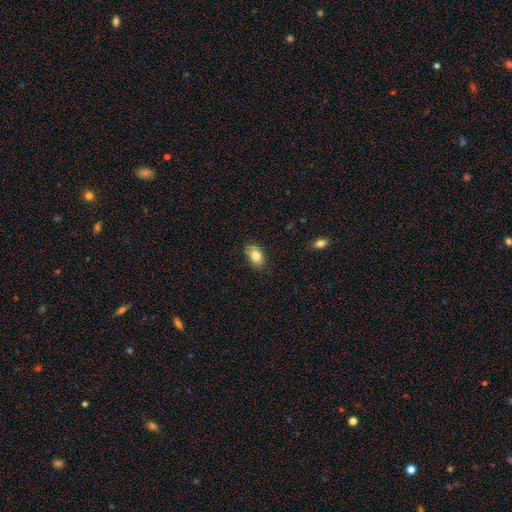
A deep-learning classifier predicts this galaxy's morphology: A smooth galaxy with no disk features (82%) that is in between round and cigar-shaped (87%).

Vote fractions:
- Smooth or featured? smooth: 82% / featured or disk: 10% / star or artifact: 8%
- How rounded? in between: 87% / round: 11% / cigar-shaped: 2%
- Merging? none: 83% / minor disturbance: 14% / major disturbance: 2% / merger: 1%